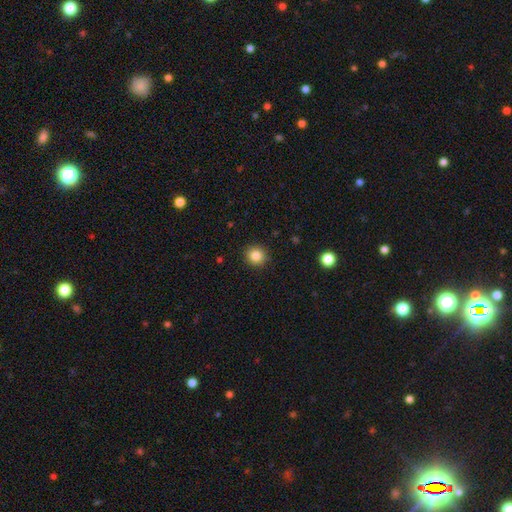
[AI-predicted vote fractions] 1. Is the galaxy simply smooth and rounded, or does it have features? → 85% smooth, 10% star or artifact, 5% featured or disk.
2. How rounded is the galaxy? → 92% round, 7% in between, 1% cigar-shaped.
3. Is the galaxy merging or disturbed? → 91% none, 6% minor disturbance, 2% major disturbance, 1% merger.